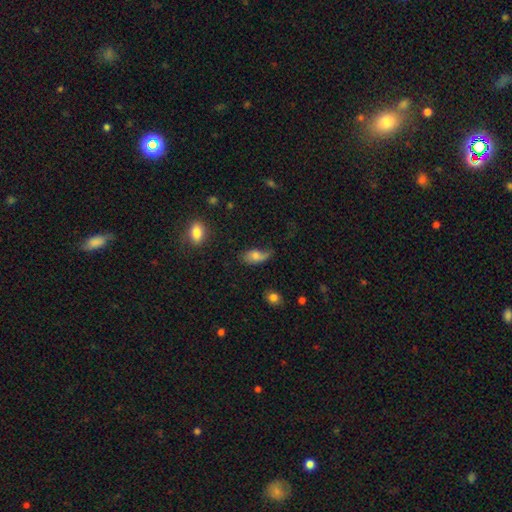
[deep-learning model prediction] smooth-or-featured: smooth: 64% | featured or disk: 27% | star or artifact: 9%
  how-rounded: in between: 87% | round: 7% | cigar-shaped: 6%
  merging: none: 37% | minor disturbance: 34% | major disturbance: 26% | merger: 3%